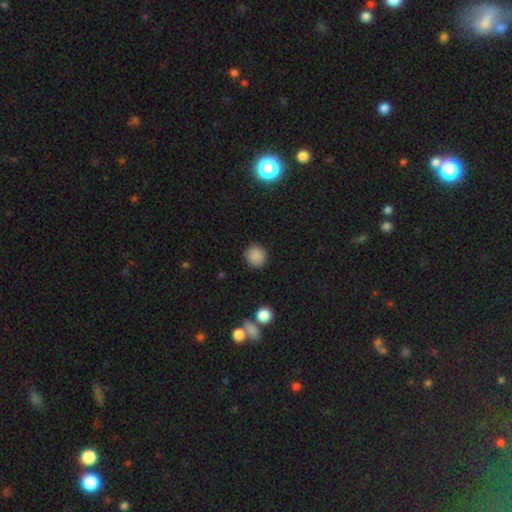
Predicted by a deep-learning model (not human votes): Q: Smooth or featured?
A: smooth (86%); runner-up: star or artifact (11%)
Q: How rounded?
A: round (93%); runner-up: in between (6%)
Q: Merging?
A: none (90%); runner-up: minor disturbance (6%)